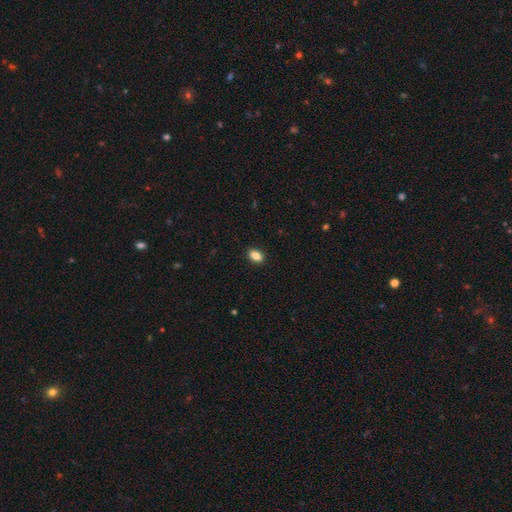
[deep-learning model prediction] A smooth galaxy with no disk features (87%) that is in between round and cigar-shaped (86%). Merging: none (89%).